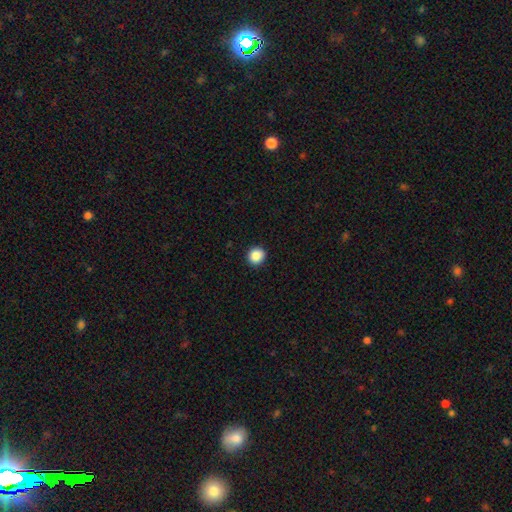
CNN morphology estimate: A smooth galaxy with no disk features (88%) that is round (93%).

Vote fractions:
- Smooth or featured? smooth: 88% / star or artifact: 9% / featured or disk: 3%
- How rounded? round: 93% / in between: 6% / cigar-shaped: 1%
- Merging? none: 92% / minor disturbance: 5% / major disturbance: 2% / merger: 1%